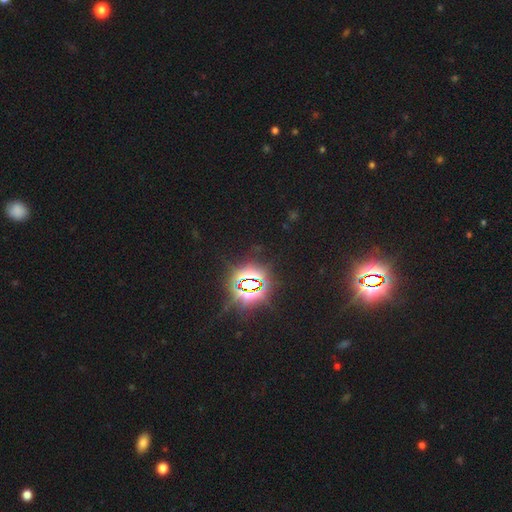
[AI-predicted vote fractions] A star or artifact, not a galaxy (83%).